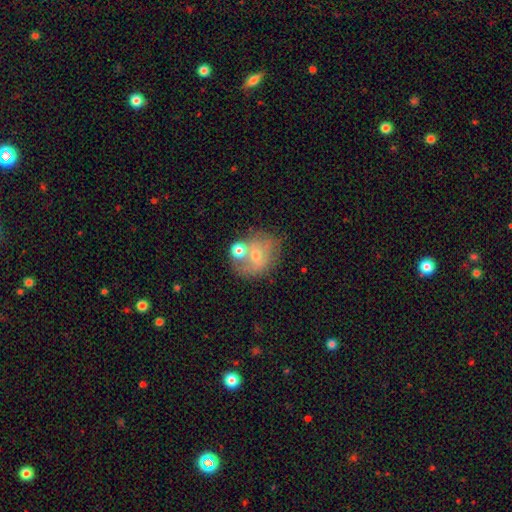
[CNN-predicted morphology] Smooth or featured?
  - smooth: 50% *
  - featured or disk: 39%
  - star or artifact: 11%
Merging?
  - none: 46% *
  - merger: 29%
  - minor disturbance: 17%
  - major disturbance: 8%